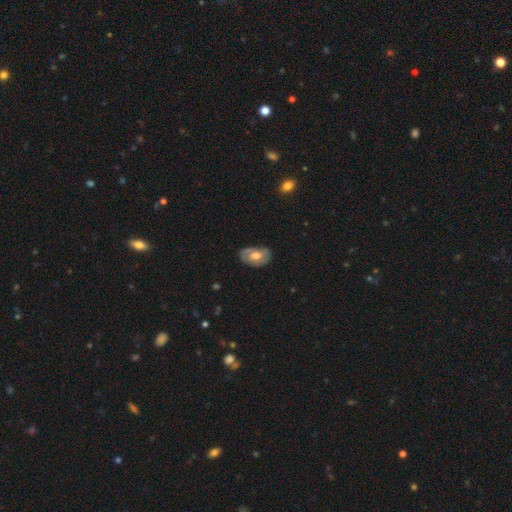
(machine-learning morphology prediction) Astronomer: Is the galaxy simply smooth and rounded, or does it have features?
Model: featured or disk — 56% (runner-up: smooth, 37%).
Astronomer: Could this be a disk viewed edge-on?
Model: no — 95%.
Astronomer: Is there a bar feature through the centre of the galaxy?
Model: no — 59% (runner-up: weak, 34%).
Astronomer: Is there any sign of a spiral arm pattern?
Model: yes — 69%.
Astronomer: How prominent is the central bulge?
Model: moderate — 69%.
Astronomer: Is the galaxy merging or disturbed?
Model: none — 66%.